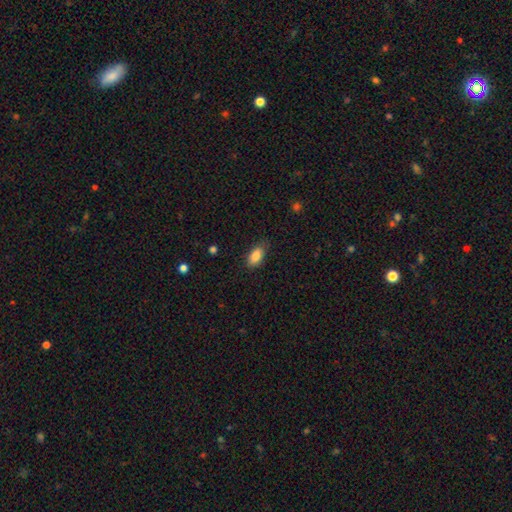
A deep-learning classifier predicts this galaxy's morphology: A smooth galaxy with no disk features (87%) that is in between round and cigar-shaped (91%). Merging: none (79%).